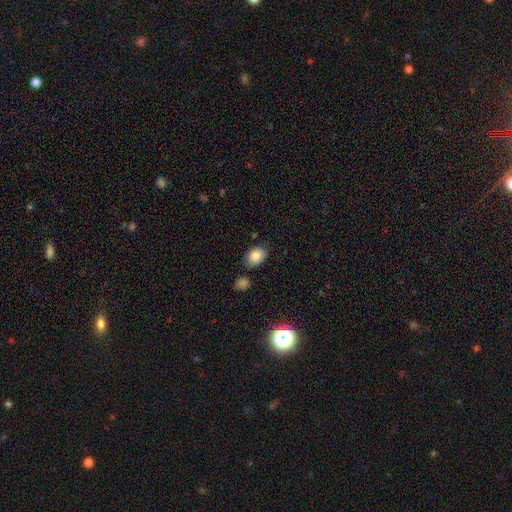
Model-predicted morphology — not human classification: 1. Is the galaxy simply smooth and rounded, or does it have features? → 85% smooth, 9% star or artifact, 6% featured or disk.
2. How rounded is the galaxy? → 78% in between, 21% round, 1% cigar-shaped.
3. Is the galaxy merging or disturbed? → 74% none, 16% minor disturbance, 6% merger, 4% major disturbance.